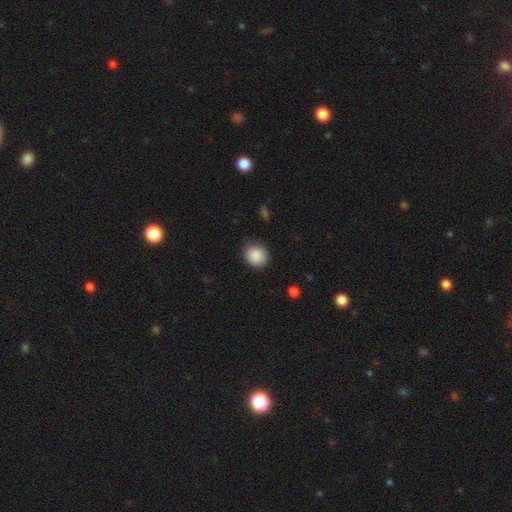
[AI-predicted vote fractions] A smooth galaxy with no disk features (89%) that is round (75%). Merging: none (86%).